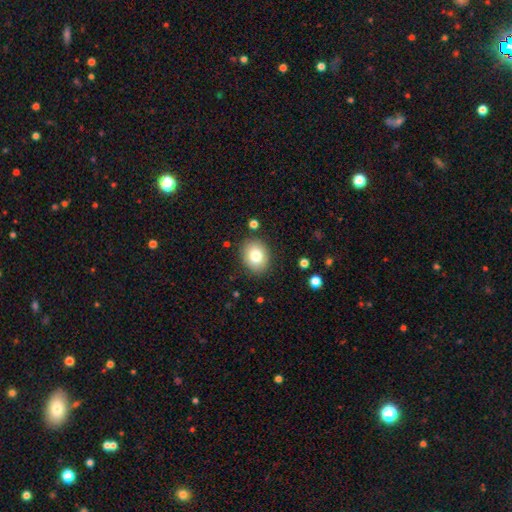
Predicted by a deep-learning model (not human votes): Morphology: type=smooth (81%); roundness=round (54%); merging=none (86%).